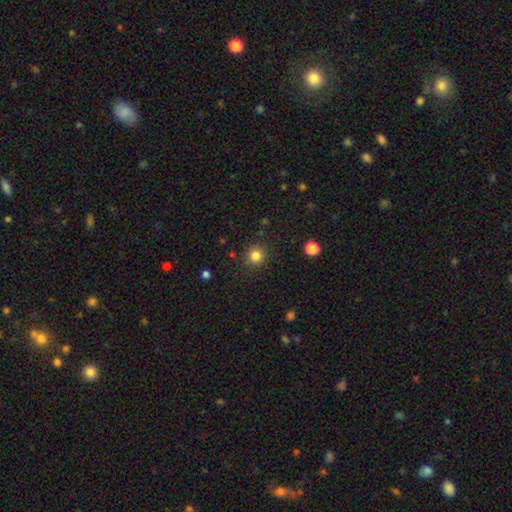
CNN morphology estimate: Smooth or featured?
  - smooth: 83% *
  - star or artifact: 12%
  - featured or disk: 4%
How rounded?
  - round: 93% *
  - in between: 6%
  - cigar-shaped: 1%
Merging?
  - none: 89% *
  - minor disturbance: 7%
  - major disturbance: 2%
  - merger: 1%